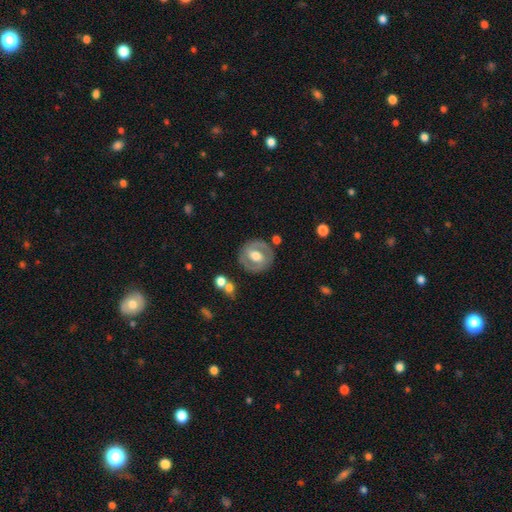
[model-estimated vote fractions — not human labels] featured or disk 66%, smooth 29%, star or artifact 5%. Down the decision tree: edge-on disk — no (96%); bar — weak (44%); spiral arms — yes (58%); bulge size — moderate (68%); merging — none (80%).